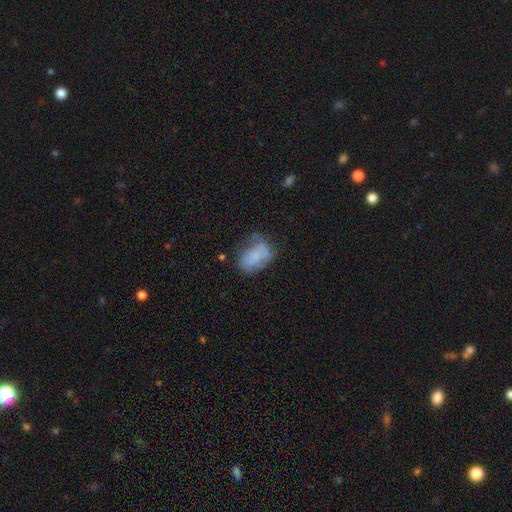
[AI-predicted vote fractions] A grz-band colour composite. It shows a smooth galaxy with no disk features (50%) that is in between round and cigar-shaped (83%). Merging: none (32%).